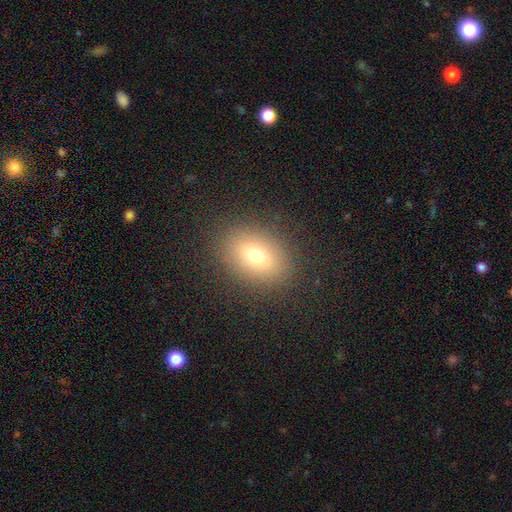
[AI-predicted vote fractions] smooth-or-featured: smooth: 72% | featured or disk: 14% | star or artifact: 14%
  how-rounded: in between: 69% | round: 30% | cigar-shaped: 1%
  merging: none: 87% | minor disturbance: 8% | major disturbance: 4% | merger: 1%